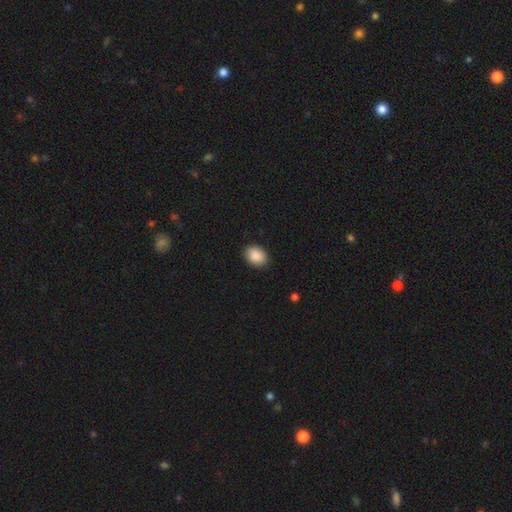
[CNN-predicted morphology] Smooth or featured? smooth (89%)
How rounded? in between (69%)
Merging? none (87%)